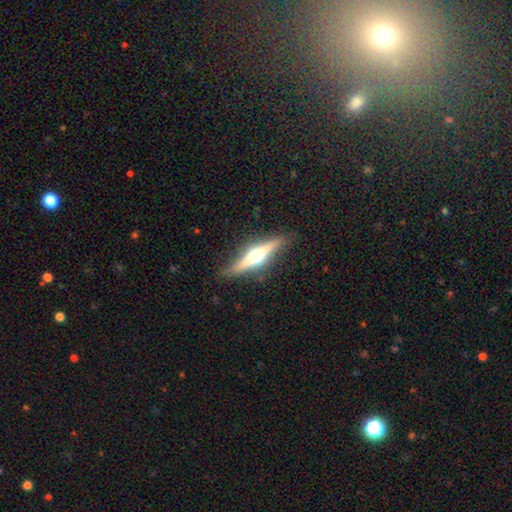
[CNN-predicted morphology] A featured or disk galaxy (71%) viewed edge-on (96%) with a rounded central bulge (95%). Merging: none (86%).